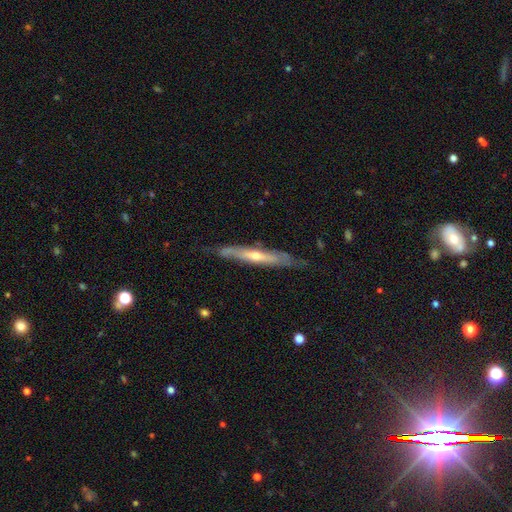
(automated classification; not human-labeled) Q: Smooth or featured?
A: featured or disk (72%); runner-up: smooth (22%)
Q: Edge-on disk?
A: yes (81%); runner-up: no (19%)
Q: Edge-on bulge?
A: rounded (69%); runner-up: none (28%)
Q: Merging?
A: none (73%); runner-up: minor disturbance (21%)